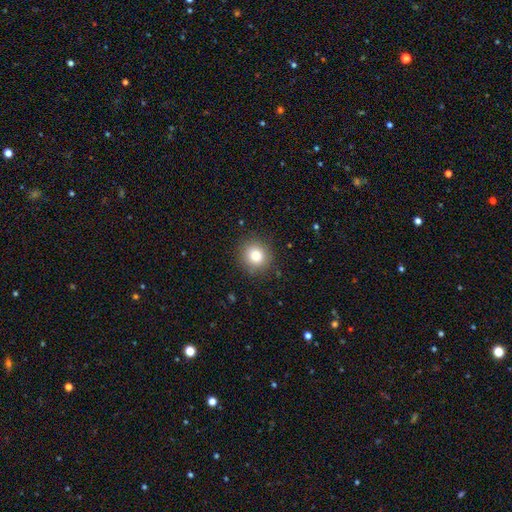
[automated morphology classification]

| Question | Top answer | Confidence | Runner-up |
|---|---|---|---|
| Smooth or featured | smooth | 83% | star or artifact (11%) |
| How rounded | round | 88% | in between (11%) |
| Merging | none | 88% | minor disturbance (8%) |